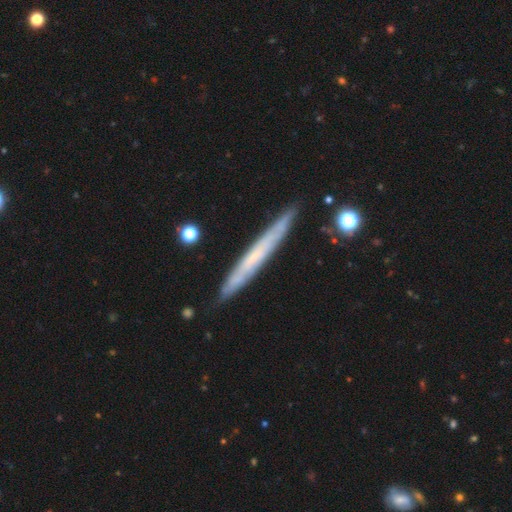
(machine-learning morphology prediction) This appears to be a featured or disk galaxy (56%) viewed edge-on (91%) with no central bulge (83%). Merging: none (87%).